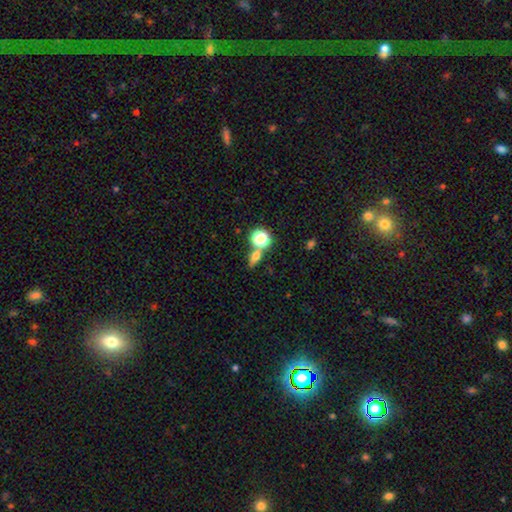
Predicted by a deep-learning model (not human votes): The model was most divided on "how rounded": round: 46%, in between: 44%, cigar-shaped: 10%. More confident: smooth or featured — smooth (64%); merging — none (54%).